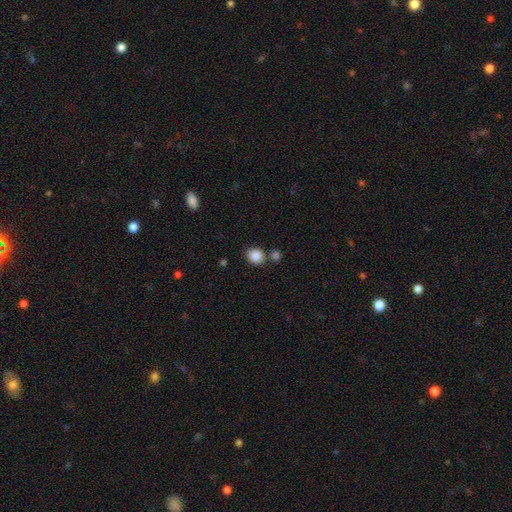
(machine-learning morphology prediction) Overall: smooth (87%). How rounded: round (73%). Merging: none (68%).